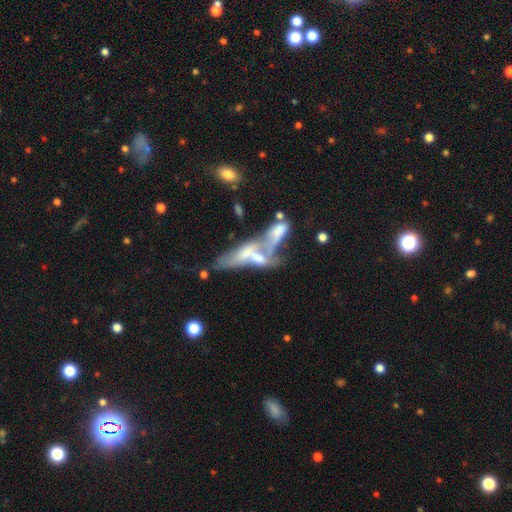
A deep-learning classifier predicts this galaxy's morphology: type=featured or disk (61%); edge-on=no (67%); merging=merger (64%).